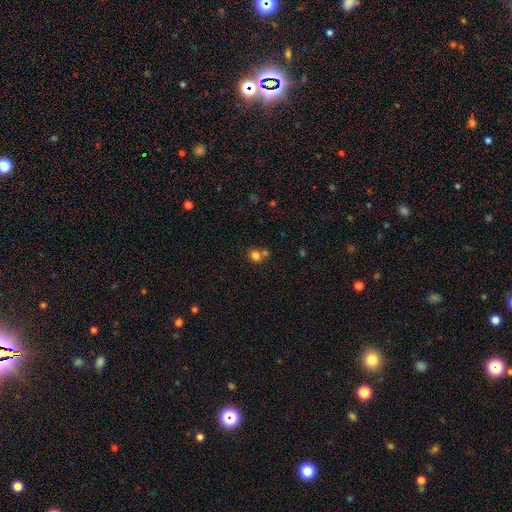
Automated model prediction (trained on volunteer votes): The model was most divided on "merging": none: 51%, merger: 36%, minor disturbance: 9%, major disturbance: 4%. More confident: smooth or featured — smooth (79%); how rounded — round (70%).